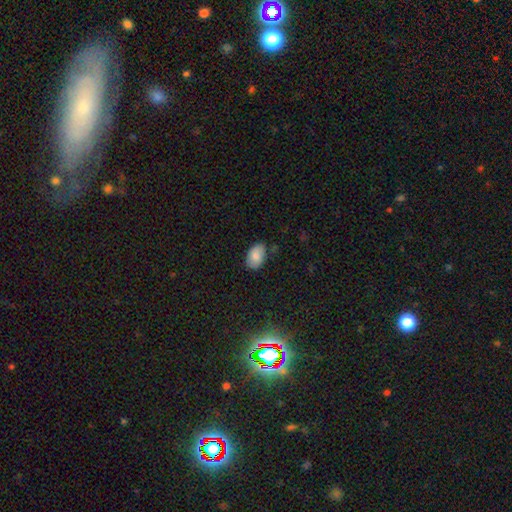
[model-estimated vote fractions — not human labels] Morphology: type=smooth (84%); roundness=in between (91%); merging=none (77%).